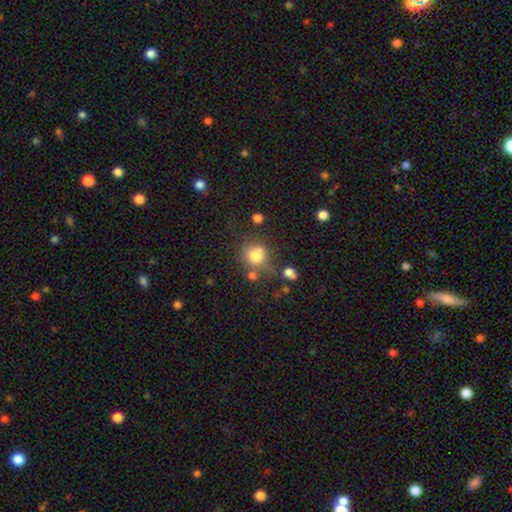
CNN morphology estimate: The model was most divided on "merging": none: 60%, minor disturbance: 18%, merger: 15%, major disturbance: 7%. More confident: how rounded — round (82%); smooth or featured — smooth (79%).